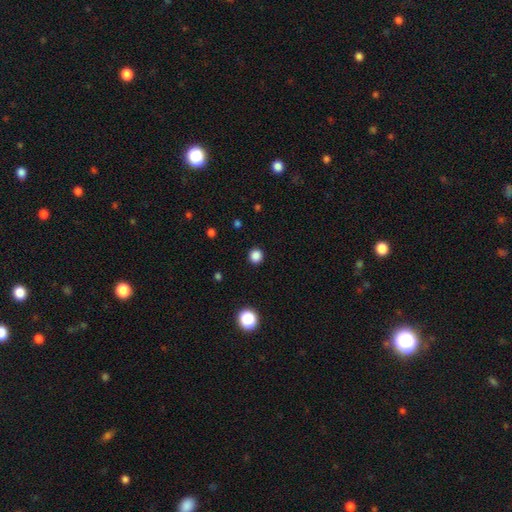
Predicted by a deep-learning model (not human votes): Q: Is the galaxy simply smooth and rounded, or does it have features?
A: smooth — 85%.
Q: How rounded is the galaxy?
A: round — 92%.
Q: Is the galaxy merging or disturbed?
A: none — 92%.